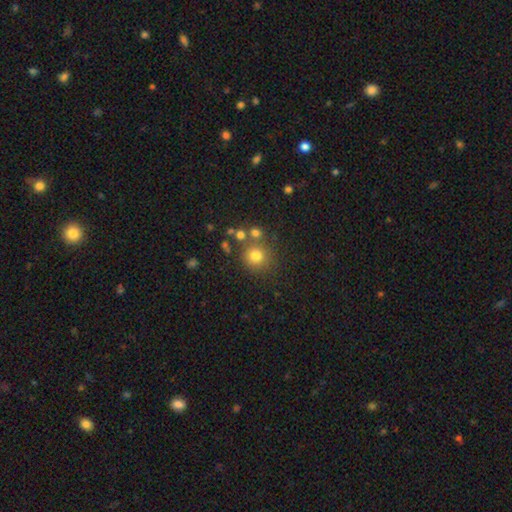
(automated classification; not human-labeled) A smooth galaxy with no disk features (75%) that is round (90%). Merging: none (72%).